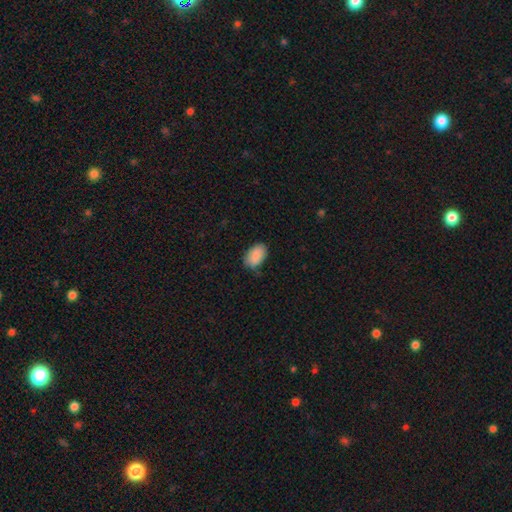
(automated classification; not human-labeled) Overall: smooth (88%). How rounded: in between (92%). Merging: none (75%).